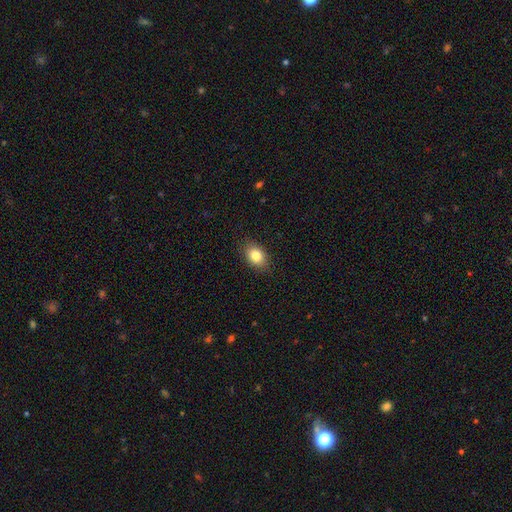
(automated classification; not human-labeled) smooth_or_featured: smooth (p=0.84) [alt: star or artifact p=0.09]
how_rounded: in between (p=0.78) [alt: round p=0.20]
merging: none (p=0.86) [alt: minor disturbance p=0.11]